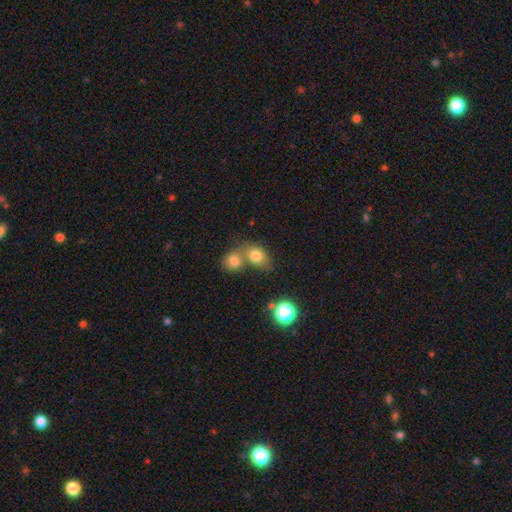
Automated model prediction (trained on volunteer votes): A smooth galaxy with no disk features (78%) that is round (55%).

Vote fractions:
- Smooth or featured? smooth: 78% / star or artifact: 12% / featured or disk: 10%
- How rounded? round: 55% / in between: 43% / cigar-shaped: 1%
- Merging? merger: 56% / none: 32% / minor disturbance: 8% / major disturbance: 4%